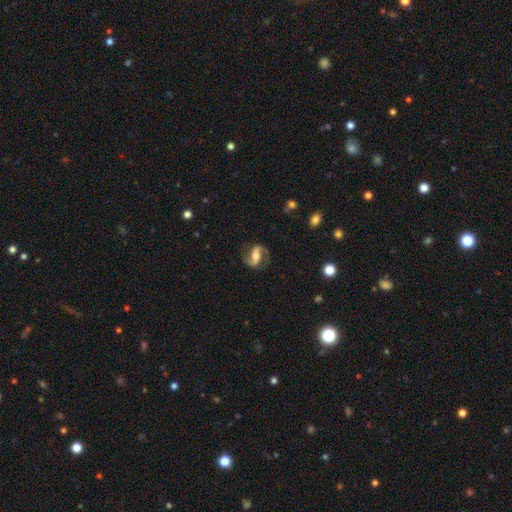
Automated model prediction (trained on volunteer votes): Smooth or featured?
  - featured or disk: 84% *
  - smooth: 11%
  - star or artifact: 6%
Edge-on disk?
  - no: 96% *
  - yes: 4%
Bar?
  - strong: 47% *
  - weak: 32%
  - no: 21%
Spiral arms?
  - yes: 95% *
  - no: 5%
Spiral winding?
  - loose: 43% * (tied)
  - medium: 43% * (tied)
  - tight: 13%
Spiral arm count?
  - 2: 92% *
  - can't tell: 2%
  - 1: 2%
  - 3: 1%
  - 4: 1%
  - more than 4: 1%
Bulge size?
  - moderate: 54% *
  - small: 27%
  - large: 12%
  - none: 4%
  - dominant: 2%
Merging?
  - none: 79% *
  - minor disturbance: 13%
  - major disturbance: 7%
  - merger: 1%